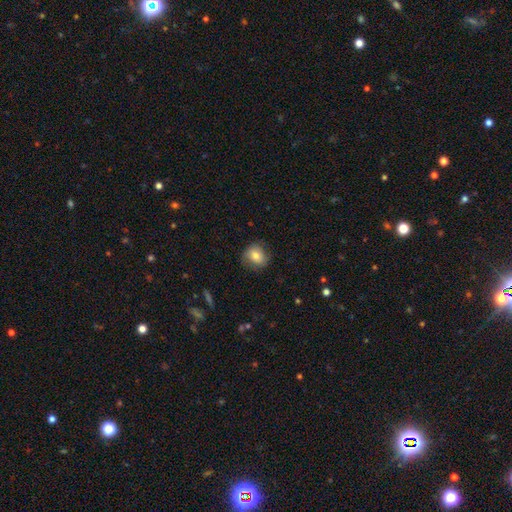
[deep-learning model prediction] Morphology: type=smooth (75%); roundness=round (68%); merging=none (77%).